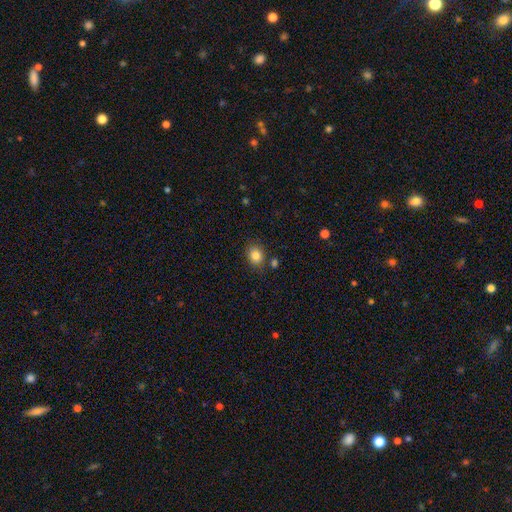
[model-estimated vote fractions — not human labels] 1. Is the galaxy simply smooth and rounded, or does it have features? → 84% smooth, 10% star or artifact, 6% featured or disk.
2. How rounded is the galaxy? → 59% round, 40% in between, 1% cigar-shaped.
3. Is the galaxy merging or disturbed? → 79% none, 12% minor disturbance, 5% merger, 3% major disturbance.